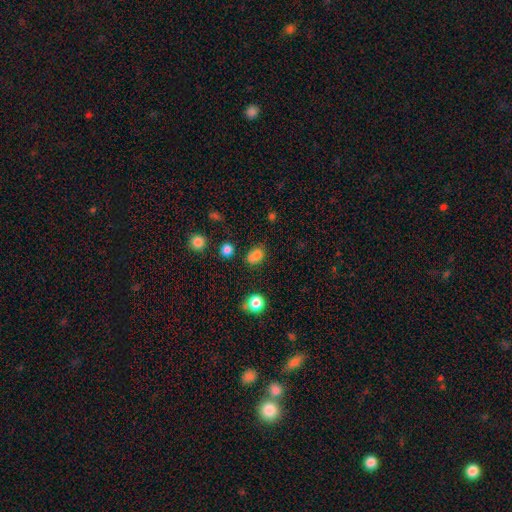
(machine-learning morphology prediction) Overall: smooth (80%). How rounded: in between (64%; round 34%). Merging: none (64%).